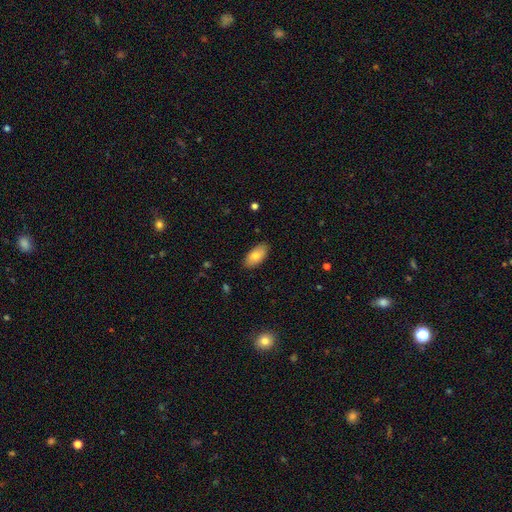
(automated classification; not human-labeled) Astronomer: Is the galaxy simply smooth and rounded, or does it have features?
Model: smooth — 81%.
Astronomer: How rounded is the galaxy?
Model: in between — 93%.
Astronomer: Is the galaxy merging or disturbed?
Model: none — 87%.